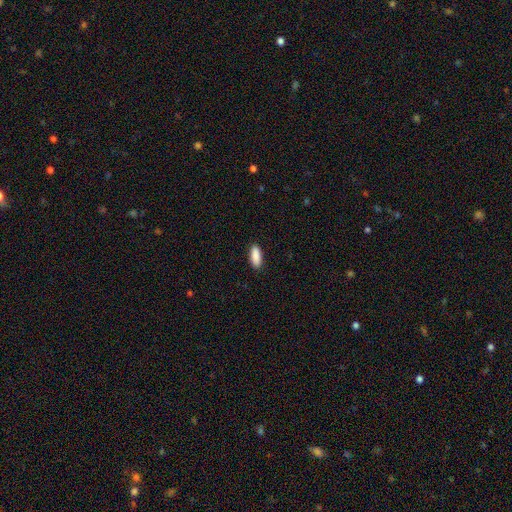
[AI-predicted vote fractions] This is clearly a smooth galaxy (90%). How rounded: likely in between (75%). Merging: clearly none (90%).